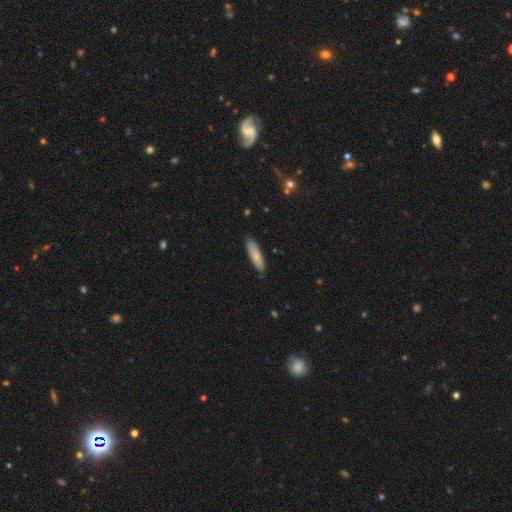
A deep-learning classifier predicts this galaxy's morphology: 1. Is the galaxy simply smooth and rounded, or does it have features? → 75% smooth, 19% featured or disk, 6% star or artifact.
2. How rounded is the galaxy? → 60% cigar-shaped, 38% in between, 2% round.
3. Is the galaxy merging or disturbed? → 85% none, 12% minor disturbance, 2% major disturbance, 1% merger.